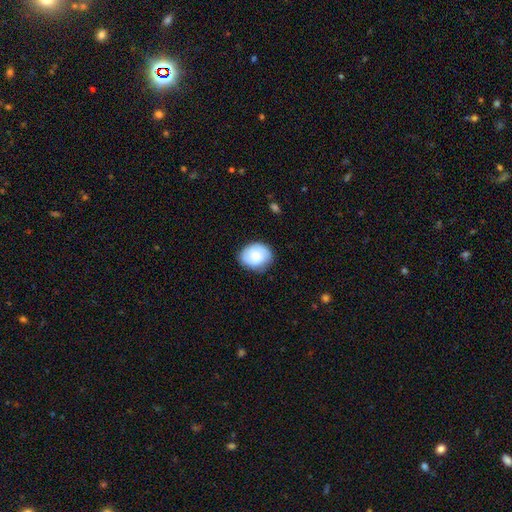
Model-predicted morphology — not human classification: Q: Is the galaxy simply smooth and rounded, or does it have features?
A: smooth — 68%.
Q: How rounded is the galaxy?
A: round — 53%.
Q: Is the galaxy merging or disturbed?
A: none — 77%.